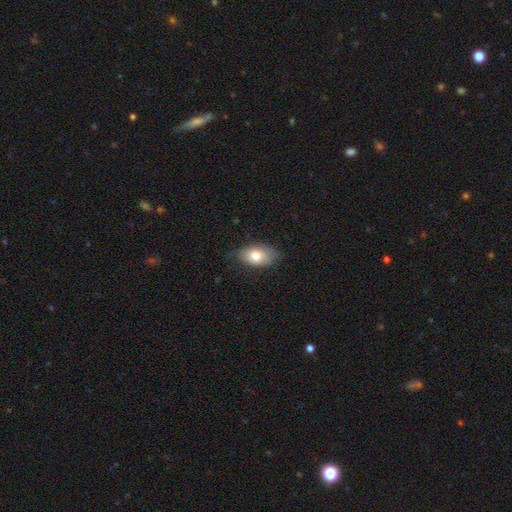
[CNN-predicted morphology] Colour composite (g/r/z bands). It shows a smooth galaxy with no disk features (77%) that is in between round and cigar-shaped (90%). Merging: none (71%).